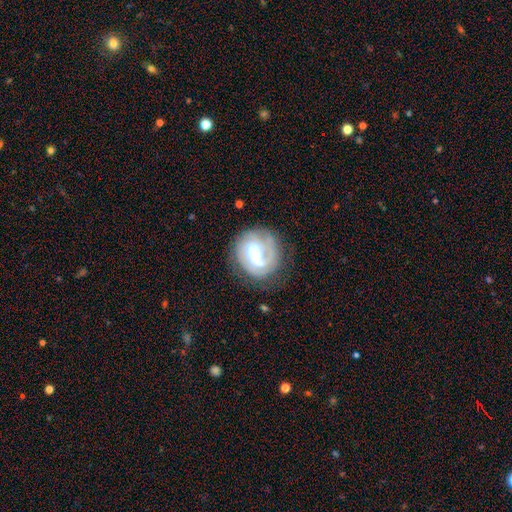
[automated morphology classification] A featured or disk galaxy (74%) with no bar (48%), 2 (40%) tight (48%) spiral arms (83%) and a small central bulge (50%).

Vote fractions:
- Smooth or featured? featured or disk: 74% / smooth: 19% / star or artifact: 7%
- Edge-on disk? no: 98% / yes: 2%
- Bar? no: 48% / weak: 37% / strong: 15%
- Spiral arms? yes: 83% / no: 17%
- Spiral winding? tight: 48% / medium: 35% / loose: 17%
- Spiral arm count? 2: 40% / 1: 24% / can't tell: 22% / 3: 9% / 4: 3% / more than 4: 2%
- Bulge size? small: 50% / moderate: 39% / large: 6% / none: 3% / dominant: 2%
- Merging? none: 61% / minor disturbance: 18% / major disturbance: 14% / merger: 6%